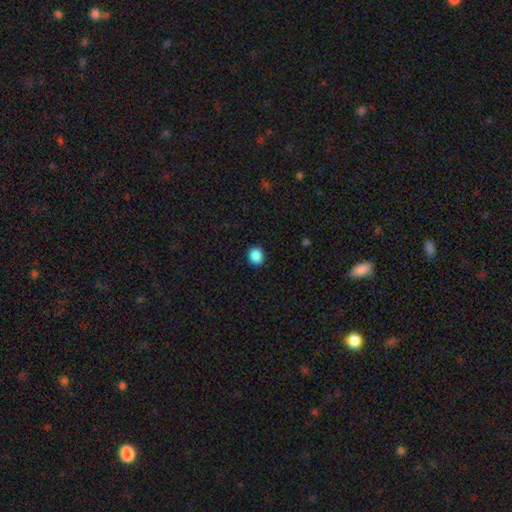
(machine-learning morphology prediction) The model was most divided on "how rounded": round: 73%, in between: 26%, cigar-shaped: 1%. More confident: merging — none (90%); smooth or featured — smooth (89%).